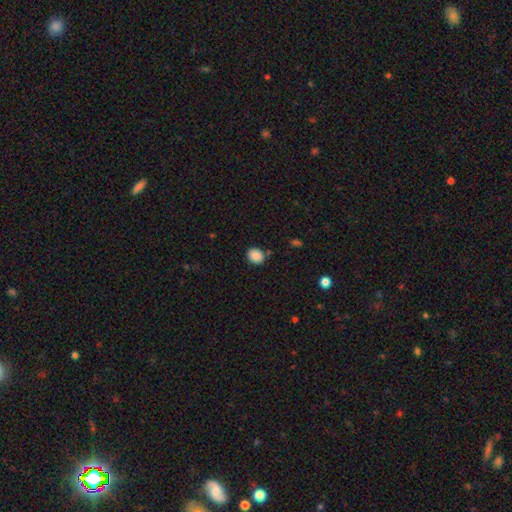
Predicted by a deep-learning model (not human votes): Morphology: type=smooth (87%); roundness=round (58%); merging=none (82%).